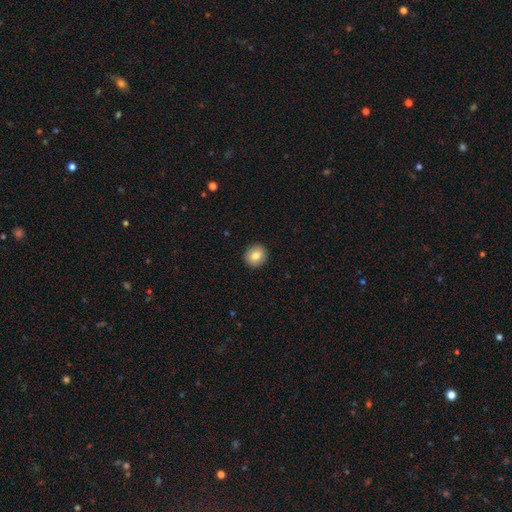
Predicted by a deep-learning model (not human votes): A smooth galaxy with no disk features (81%) that is round (88%).

Vote fractions:
- Smooth or featured? smooth: 81% / featured or disk: 11% / star or artifact: 9%
- How rounded? round: 88% / in between: 11% / cigar-shaped: 1%
- Merging? none: 92% / minor disturbance: 5% / major disturbance: 2% / merger: 1%